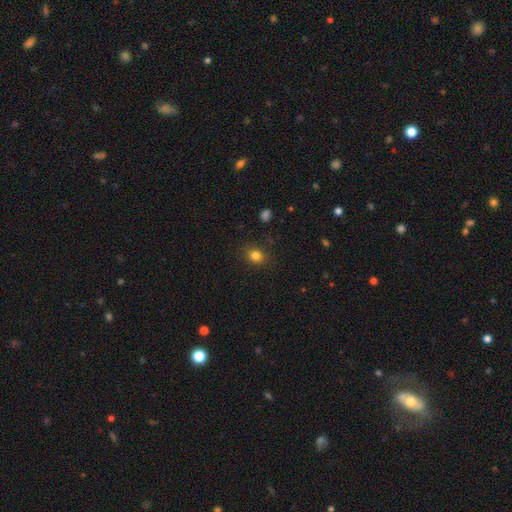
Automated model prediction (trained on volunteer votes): Smooth or featured? Predicted: smooth (p=0.81). How rounded? Predicted: round (p=0.63). Merging? Predicted: none (p=0.87).